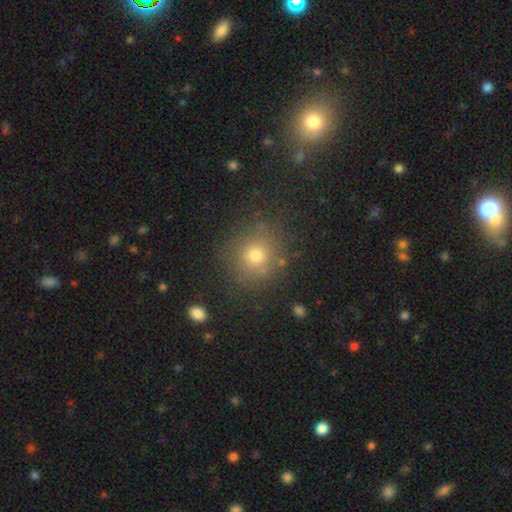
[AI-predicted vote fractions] Q: Smooth or featured?
A: smooth (73%); runner-up: star or artifact (17%)
Q: How rounded?
A: round (87%); runner-up: in between (12%)
Q: Merging?
A: none (82%); runner-up: minor disturbance (11%)